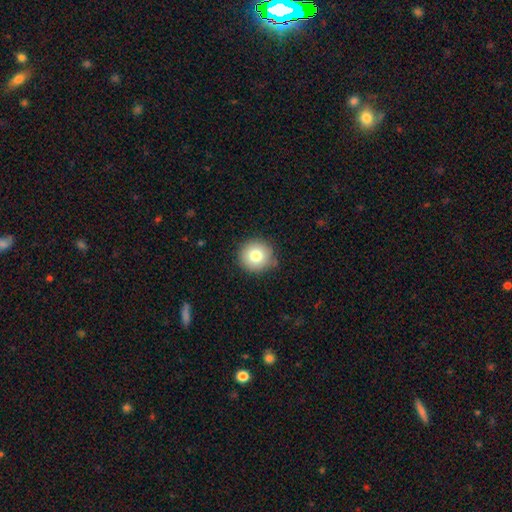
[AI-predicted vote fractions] Q: Smooth or featured?
A: smooth (79%); runner-up: featured or disk (11%)
Q: How rounded?
A: round (94%); runner-up: in between (5%)
Q: Merging?
A: none (85%); runner-up: minor disturbance (11%)